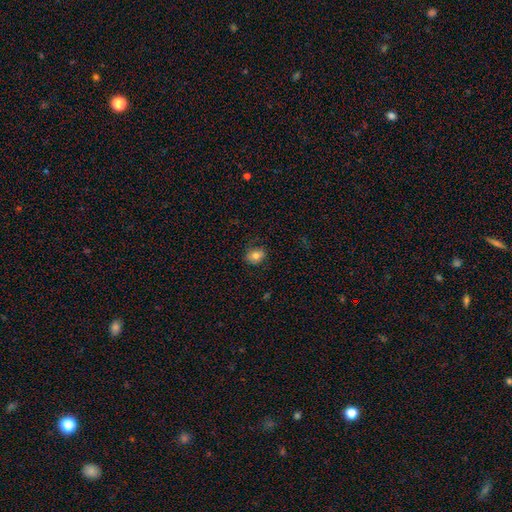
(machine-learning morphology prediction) A smooth galaxy with no disk features (79%) that is round (55%). Merging: none (78%).